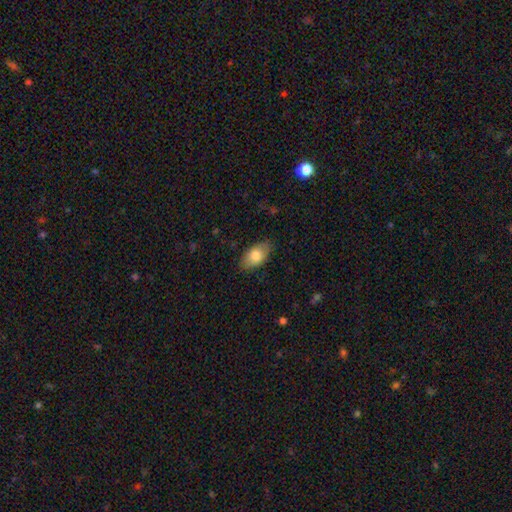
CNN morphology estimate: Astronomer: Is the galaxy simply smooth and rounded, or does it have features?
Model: smooth — 79%.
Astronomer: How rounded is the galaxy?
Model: in between — 92%.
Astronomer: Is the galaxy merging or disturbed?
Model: none — 84%.